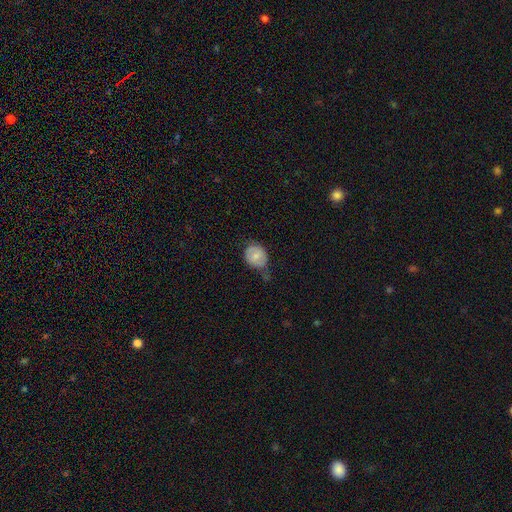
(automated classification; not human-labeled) Morphology: type=smooth (61%); roundness=round (63%); merging=none (45%).